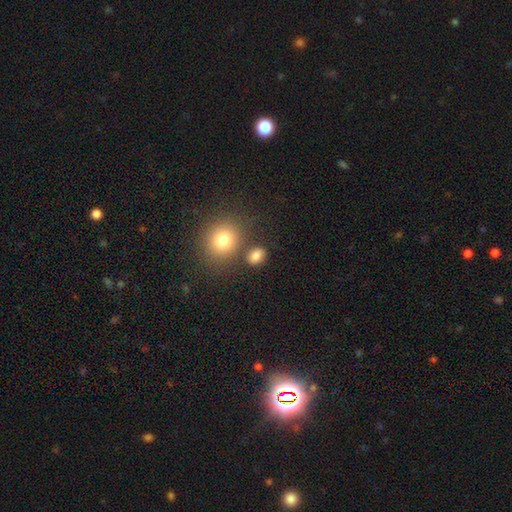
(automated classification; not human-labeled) This appears to be a smooth galaxy with no disk features (82%) that is in between round and cigar-shaped (58%). Merging: none (73%).